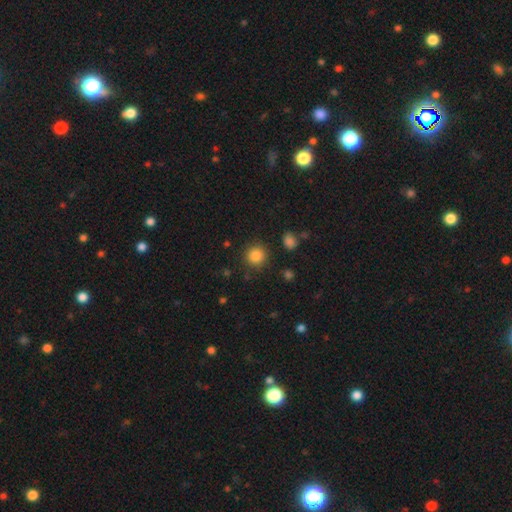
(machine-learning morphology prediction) Smooth or featured: smooth — 84% (star or artifact — 11%)
How rounded: round — 93% (in between — 6%)
Merging: none — 88% (minor disturbance — 7%)